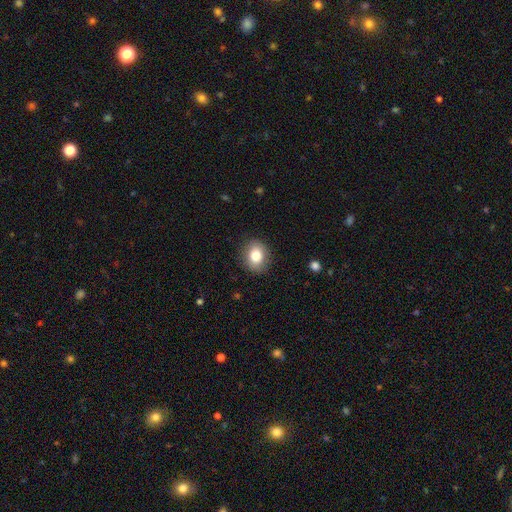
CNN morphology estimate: Smooth or featured?
  - smooth: 81% *
  - featured or disk: 10%
  - star or artifact: 9%
How rounded?
  - round: 58% *
  - in between: 41%
  - cigar-shaped: 1%
Merging?
  - none: 88% *
  - minor disturbance: 8%
  - major disturbance: 2%
  - merger: 1%